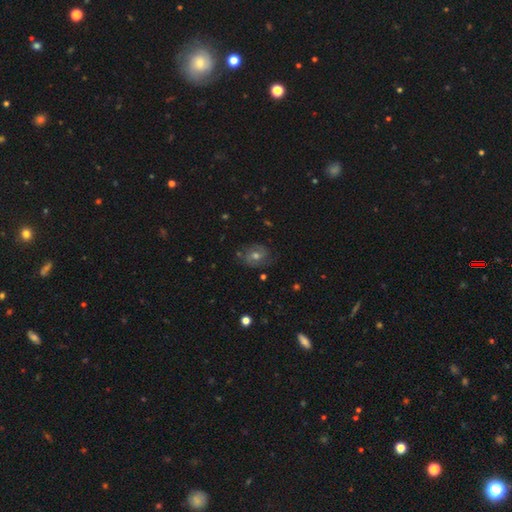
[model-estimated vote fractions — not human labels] Morphology: type=featured or disk (53%); edge-on=no (96%); bar=no (61%); spiral arms=yes (78%); bulge=moderate (68%); merging=none (77%).